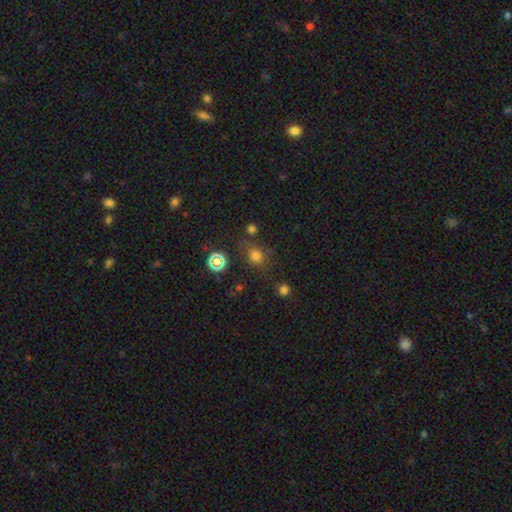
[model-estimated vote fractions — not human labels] Q: Smooth or featured?
A: smooth (66%); runner-up: star or artifact (25%)
Q: How rounded?
A: round (67%); runner-up: in between (31%)
Q: Merging?
A: none (68%); runner-up: minor disturbance (16%)